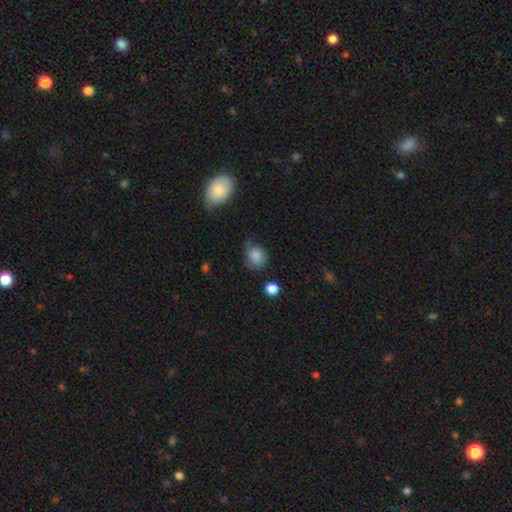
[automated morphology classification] smooth-or-featured: smooth: 82% | star or artifact: 9% | featured or disk: 9%
  how-rounded: round: 64% | in between: 35% | cigar-shaped: 1%
  merging: none: 50% | minor disturbance: 36% | major disturbance: 11% | merger: 3%